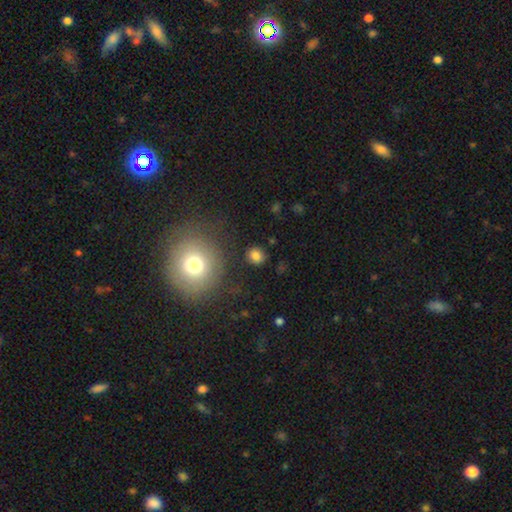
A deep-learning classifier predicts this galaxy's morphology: smooth-or-featured: smooth: 81% | star or artifact: 13% | featured or disk: 6%
  how-rounded: round: 82% | in between: 17% | cigar-shaped: 1%
  merging: none: 87% | minor disturbance: 8% | major disturbance: 3% | merger: 2%